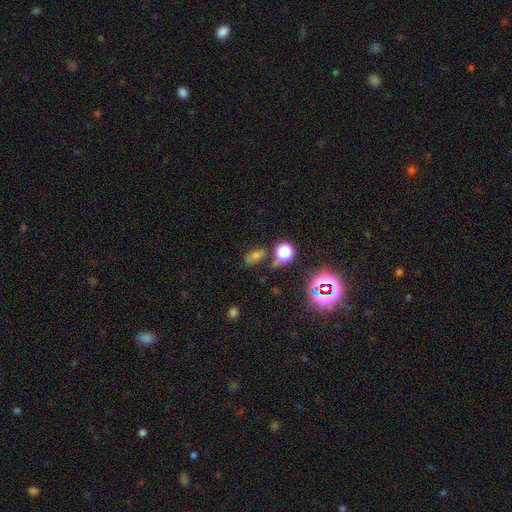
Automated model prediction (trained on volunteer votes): A smooth galaxy with no disk features (52%) that is in between round and cigar-shaped (79%).

Vote fractions:
- Smooth or featured? smooth: 52% / star or artifact: 35% / featured or disk: 13%
- How rounded? in between: 79% / round: 16% / cigar-shaped: 5%
- Merging? none: 69% / minor disturbance: 15% / merger: 9% / major disturbance: 6%